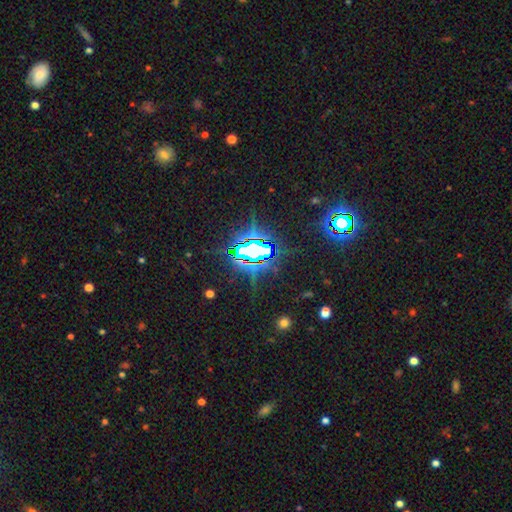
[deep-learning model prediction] Smooth or featured? star or artifact (80%)